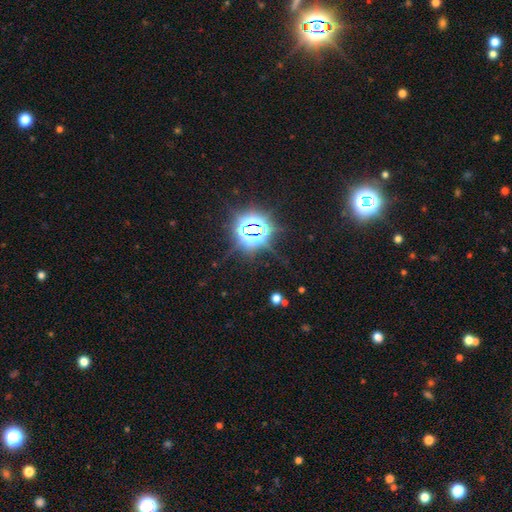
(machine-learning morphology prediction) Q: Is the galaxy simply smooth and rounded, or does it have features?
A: star or artifact — 81%.